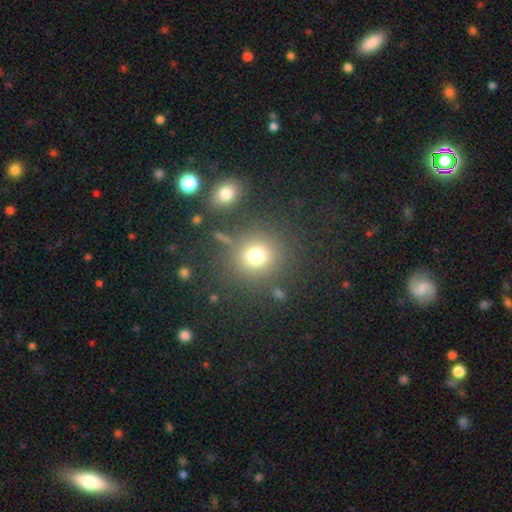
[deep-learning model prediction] Q: Smooth or featured?
A: smooth (73%); runner-up: star or artifact (18%)
Q: How rounded?
A: round (88%); runner-up: in between (11%)
Q: Merging?
A: none (79%); runner-up: minor disturbance (9%)